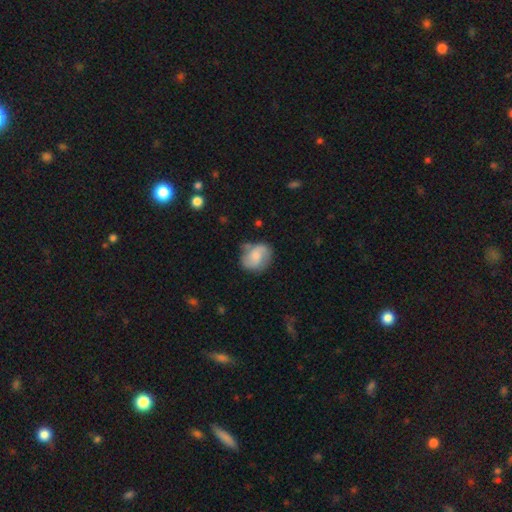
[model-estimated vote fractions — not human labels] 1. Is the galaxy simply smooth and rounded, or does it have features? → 49% smooth, 43% featured or disk, 8% star or artifact.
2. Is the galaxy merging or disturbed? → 60% none, 26% minor disturbance, 10% major disturbance, 4% merger.